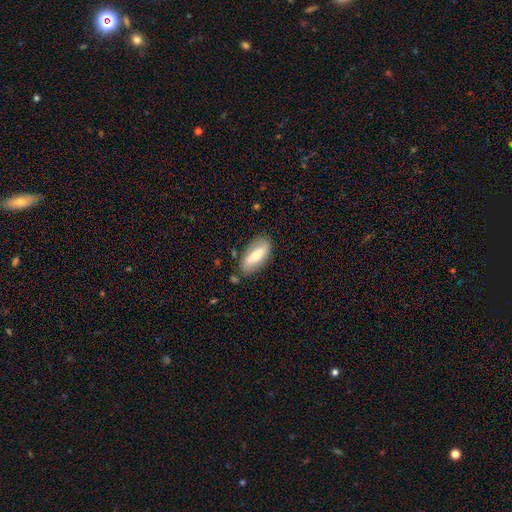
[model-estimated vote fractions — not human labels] This is likely a smooth galaxy (61%). How rounded: clearly in between (82%). Merging: clearly none (81%).